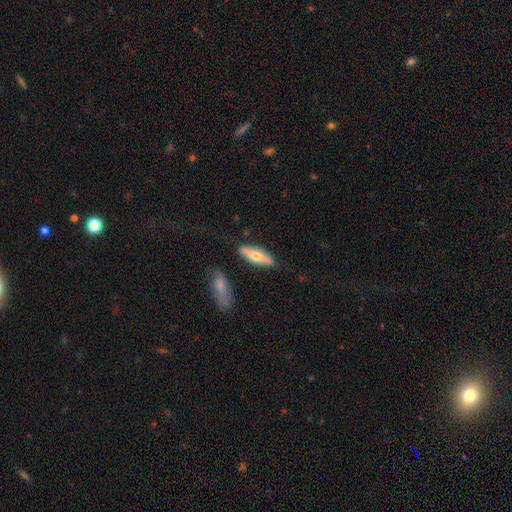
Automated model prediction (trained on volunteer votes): Smooth or featured: smooth — 55% (featured or disk — 40%)
How rounded: cigar-shaped — 61% (in between — 37%)
Merging: none — 82% (minor disturbance — 12%)